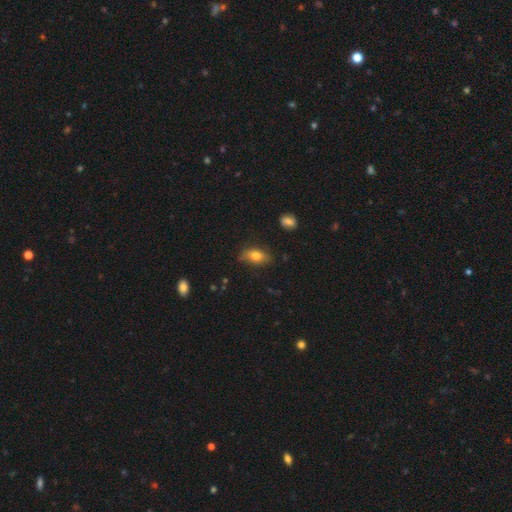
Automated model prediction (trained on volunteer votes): smooth-or-featured: smooth: 76% | featured or disk: 15% | star or artifact: 9%
  how-rounded: in between: 85% | round: 8% | cigar-shaped: 7%
  merging: none: 73% | minor disturbance: 21% | major disturbance: 4% | merger: 2%